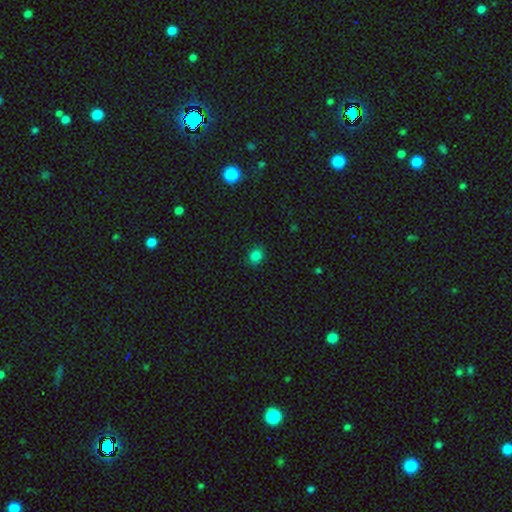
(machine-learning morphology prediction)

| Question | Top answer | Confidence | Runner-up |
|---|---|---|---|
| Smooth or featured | smooth | 82% | star or artifact (14%) |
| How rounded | round | 54% | in between (45%) |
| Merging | none | 88% | minor disturbance (9%) |